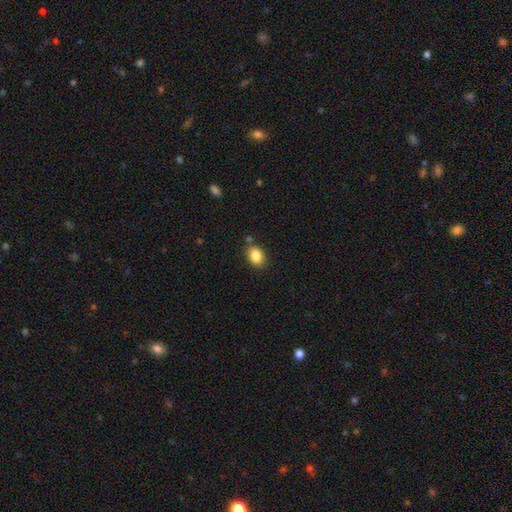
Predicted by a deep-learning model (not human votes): smooth_or_featured: smooth (p=0.87) [alt: star or artifact p=0.08]
how_rounded: in between (p=0.71) [alt: round p=0.28]
merging: none (p=0.79) [alt: minor disturbance p=0.13]